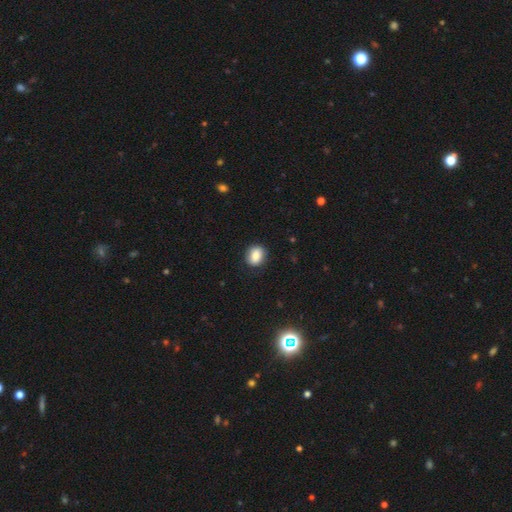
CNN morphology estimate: type=smooth (84%); roundness=round (53%); merging=none (84%).